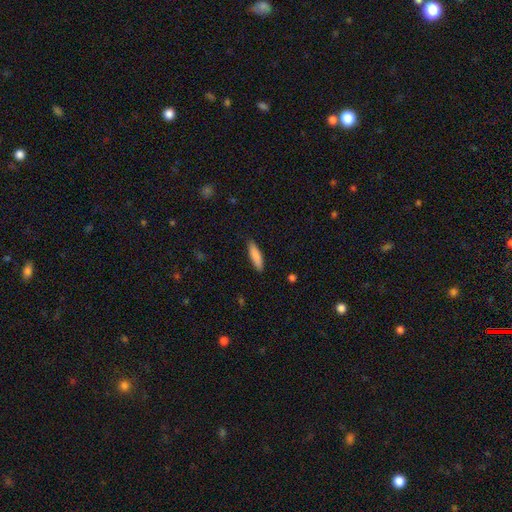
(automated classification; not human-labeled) Morphology: type=smooth (86%); roundness=cigar-shaped (68%); merging=none (88%).